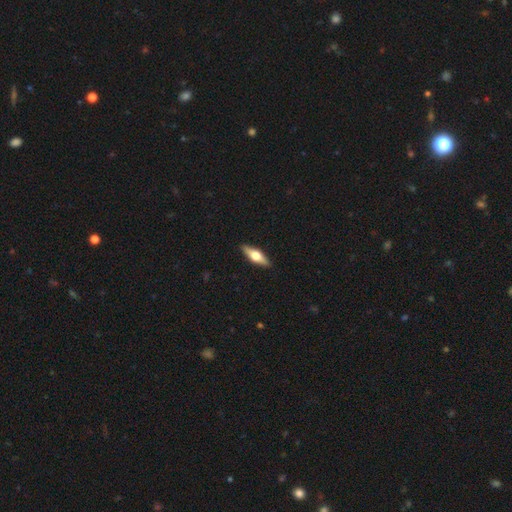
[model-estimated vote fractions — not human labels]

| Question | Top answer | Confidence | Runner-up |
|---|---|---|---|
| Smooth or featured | featured or disk | 56% | smooth (38%) |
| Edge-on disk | yes | 94% | no (6%) |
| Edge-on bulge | rounded | 95% | boxy (3%) |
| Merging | none | 90% | minor disturbance (7%) |